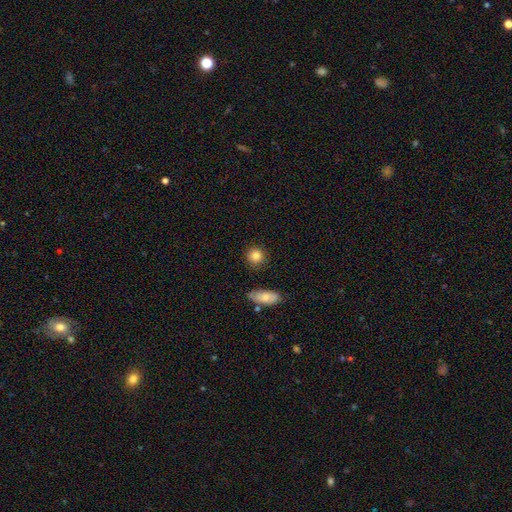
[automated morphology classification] Smooth or featured?
  - smooth: 85% *
  - star or artifact: 9%
  - featured or disk: 6%
How rounded?
  - round: 89% *
  - in between: 10%
  - cigar-shaped: 1%
Merging?
  - none: 87% *
  - minor disturbance: 8%
  - major disturbance: 3%
  - merger: 3%